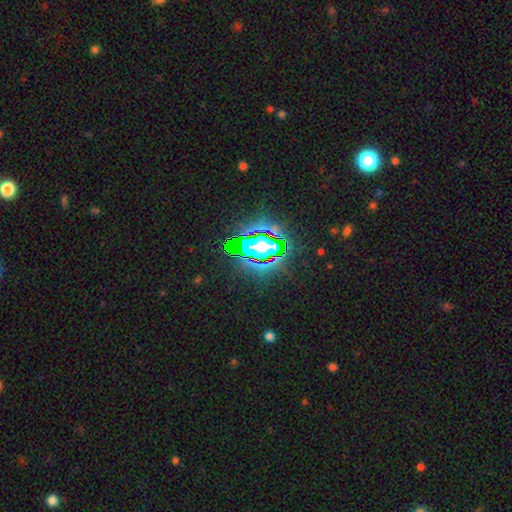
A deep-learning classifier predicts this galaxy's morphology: Smooth or featured? star or artifact (75%)